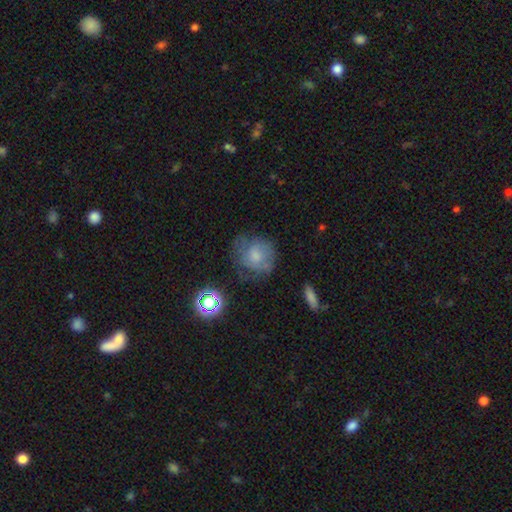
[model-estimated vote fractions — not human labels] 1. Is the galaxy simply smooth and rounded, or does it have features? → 60% smooth, 28% featured or disk, 13% star or artifact.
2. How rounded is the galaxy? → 83% round, 16% in between, 1% cigar-shaped.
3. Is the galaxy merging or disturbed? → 55% none, 26% minor disturbance, 16% major disturbance, 3% merger.